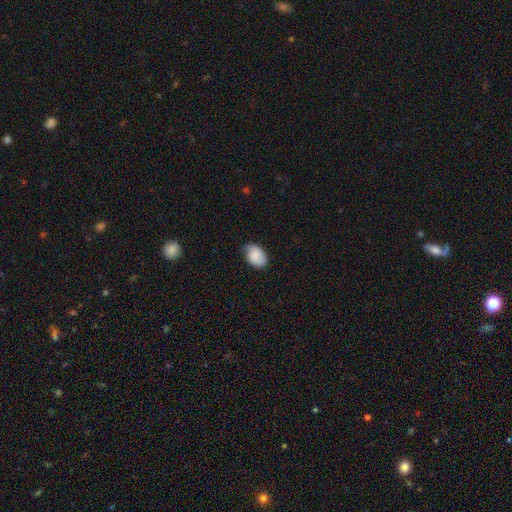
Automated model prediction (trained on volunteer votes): smooth 85%, featured or disk 8%, star or artifact 7%. Down the decision tree: how rounded — in between (82%); merging — none (71%).